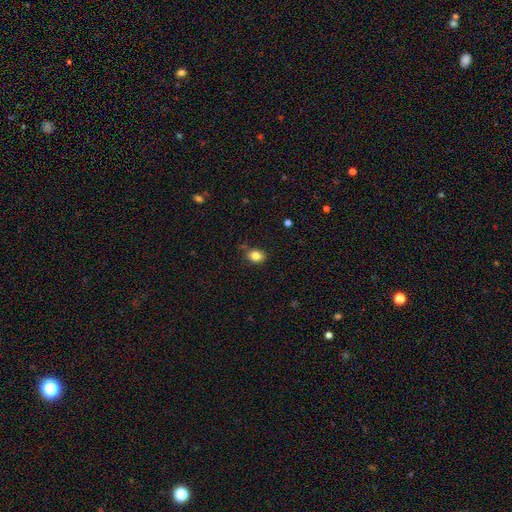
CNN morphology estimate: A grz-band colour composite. It shows a smooth galaxy with no disk features (84%) that is in between round and cigar-shaped (62%). Merging: none (80%).